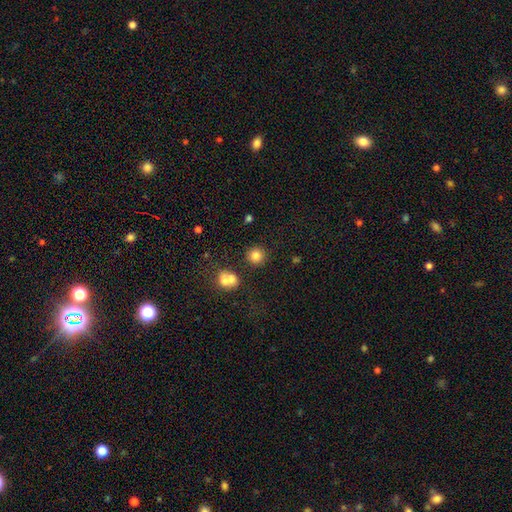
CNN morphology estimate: A smooth galaxy with no disk features (81%) that is round (92%).

Vote fractions:
- Smooth or featured? smooth: 81% / star or artifact: 12% / featured or disk: 7%
- How rounded? round: 92% / in between: 7% / cigar-shaped: 1%
- Merging? none: 80% / merger: 10% / minor disturbance: 7% / major disturbance: 3%